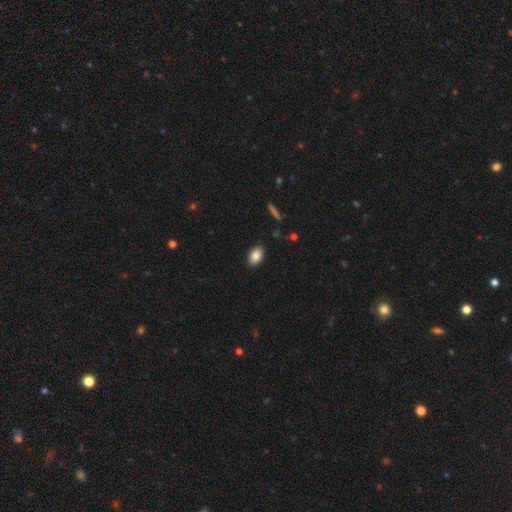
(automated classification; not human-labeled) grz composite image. It shows a smooth galaxy with no disk features (85%) that is in between round and cigar-shaped (89%). Merging: none (88%).